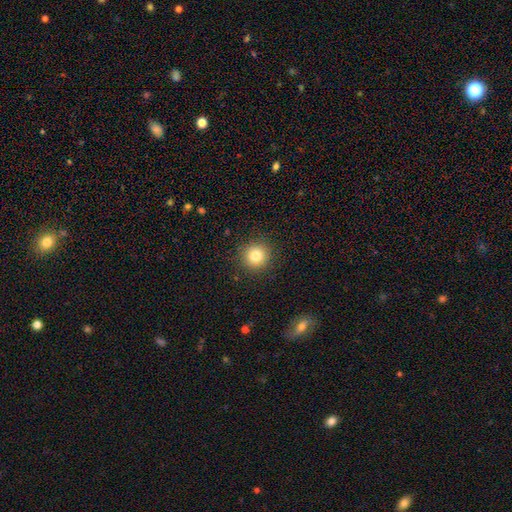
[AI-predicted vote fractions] Q: Smooth or featured?
A: smooth (80%); runner-up: star or artifact (12%)
Q: How rounded?
A: round (93%); runner-up: in between (6%)
Q: Merging?
A: none (90%); runner-up: minor disturbance (6%)